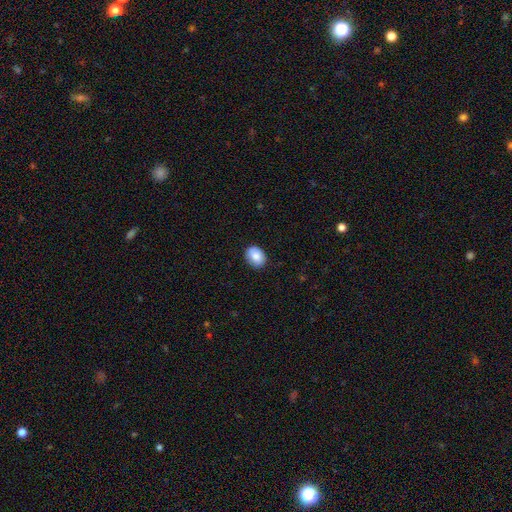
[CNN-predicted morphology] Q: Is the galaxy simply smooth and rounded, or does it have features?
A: smooth — 83%.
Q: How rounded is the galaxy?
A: in between — 53%.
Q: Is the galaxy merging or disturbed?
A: none — 82%.